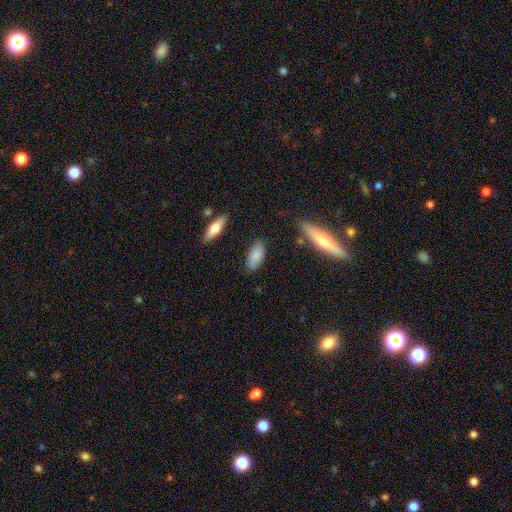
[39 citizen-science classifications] Volunteers were most divided on "merging": none: 68%, minor disturbance: 32%, major disturbance: 0%, merger: 0%. More confident: how rounded — in between (88%); smooth or featured — smooth (87%).